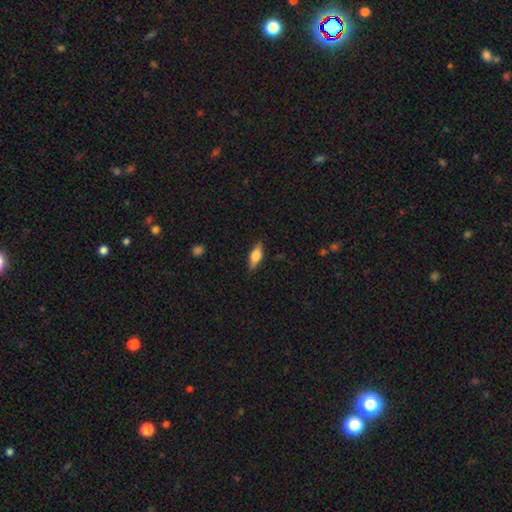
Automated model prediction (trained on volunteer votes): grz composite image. It shows a smooth galaxy with no disk features (67%) that is in between round and cigar-shaped (74%). Merging: none (85%).